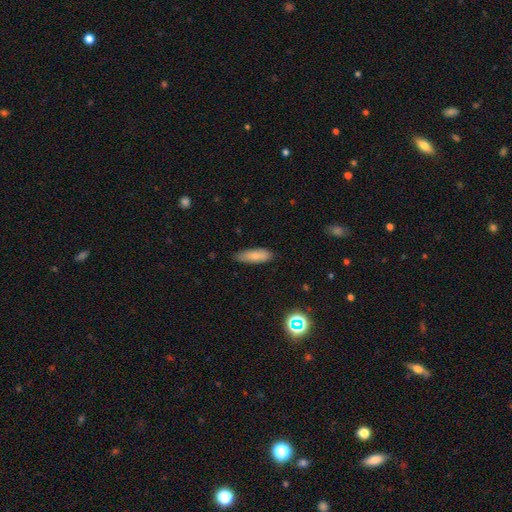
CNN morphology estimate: Q: Smooth or featured?
A: smooth (74%); runner-up: featured or disk (18%)
Q: How rounded?
A: in between (65%); runner-up: cigar-shaped (32%)
Q: Merging?
A: none (78%); runner-up: minor disturbance (18%)